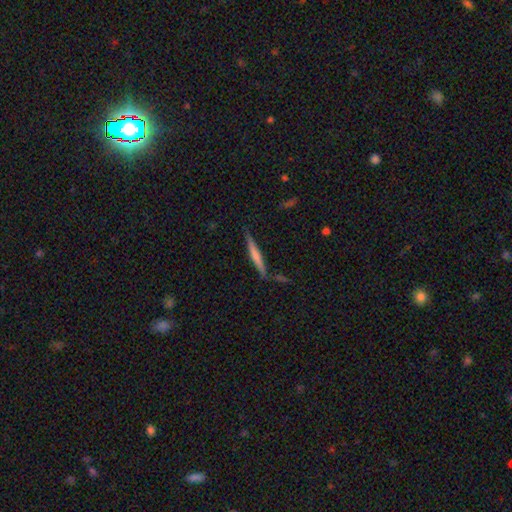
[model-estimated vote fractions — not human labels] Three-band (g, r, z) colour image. It shows a smooth galaxy with no disk features (56%) that is cigar-shaped (95%). Merging: none (80%).